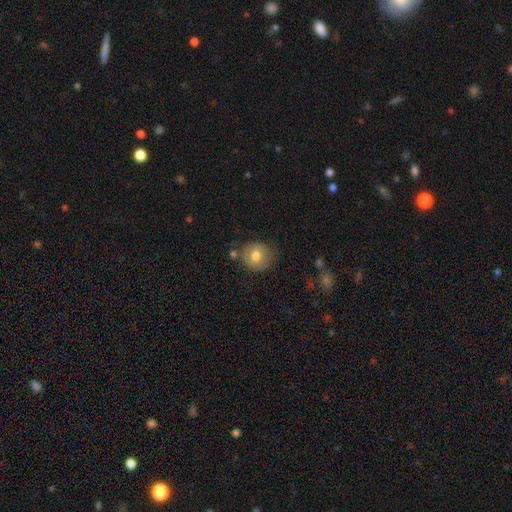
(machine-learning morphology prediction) smooth 71%, featured or disk 21%, star or artifact 8%. Down the decision tree: how rounded — round (83%); merging — none (75%).